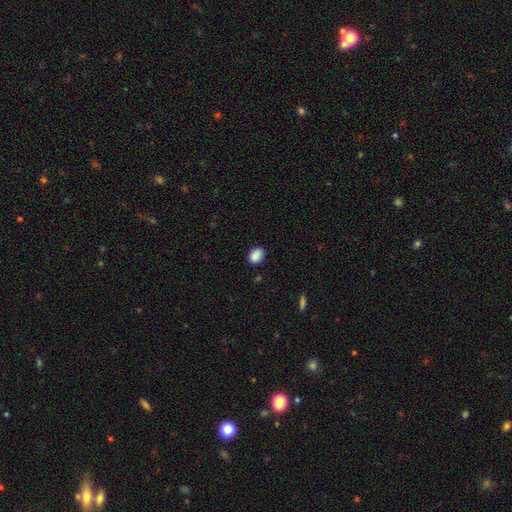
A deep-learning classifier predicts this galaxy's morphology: smooth-or-featured: smooth: 89% | star or artifact: 9% | featured or disk: 3%
  how-rounded: in between: 56% | round: 43% | cigar-shaped: 1%
  merging: none: 84% | minor disturbance: 12% | major disturbance: 3% | merger: 1%